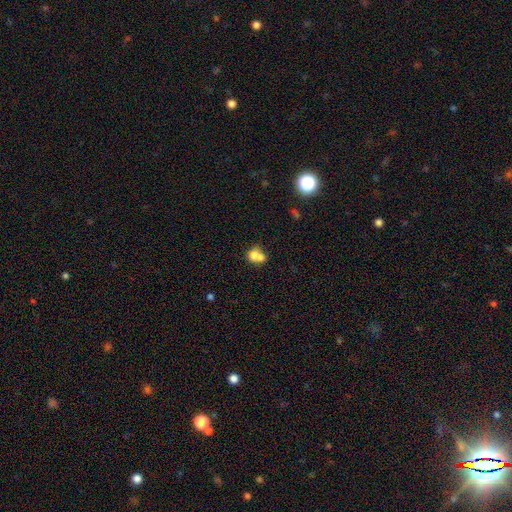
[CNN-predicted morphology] This is likely a smooth galaxy (70%). How rounded: likely round (63%). Merging: likely merger (63%).